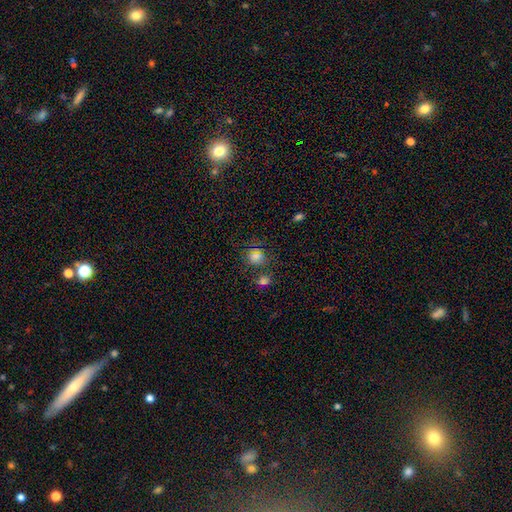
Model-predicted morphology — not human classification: type=smooth (64%); roundness=round (75%); merging=none (73%).